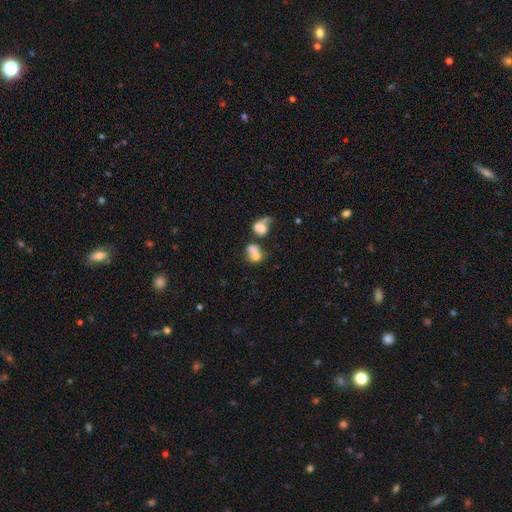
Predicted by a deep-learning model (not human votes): This appears to be a smooth galaxy with no disk features (66%) that is in between round and cigar-shaped (54%). Merging: merger (61%).